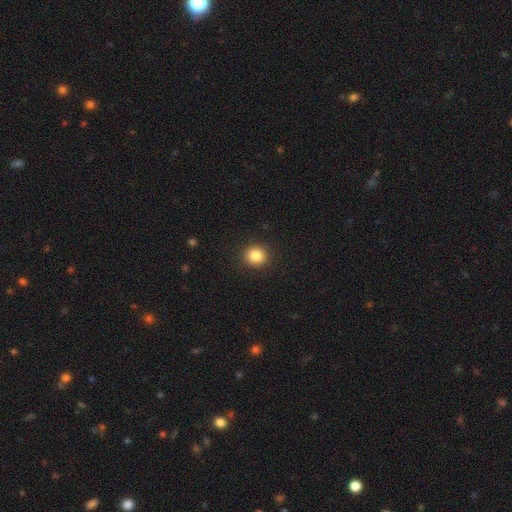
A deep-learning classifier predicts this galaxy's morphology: Overall: smooth (85%). How rounded: round (88%). Merging: none (91%).